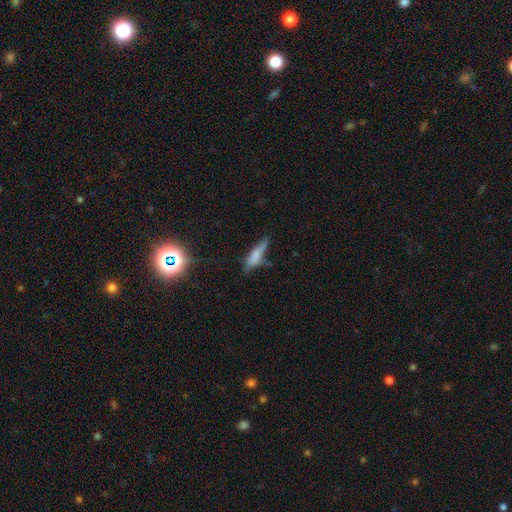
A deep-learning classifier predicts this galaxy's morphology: A smooth galaxy with no disk features (65%) that is cigar-shaped (67%).

Vote fractions:
- Smooth or featured? smooth: 65% / featured or disk: 25% / star or artifact: 10%
- How rounded? cigar-shaped: 67% / in between: 31% / round: 2%
- Merging? none: 51% / minor disturbance: 31% / major disturbance: 12% / merger: 7%